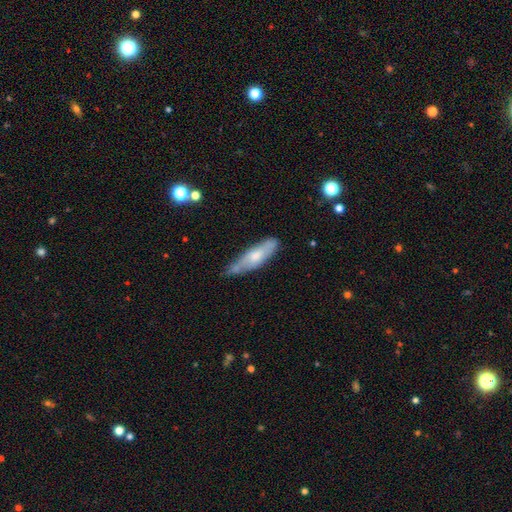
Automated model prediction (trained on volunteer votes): Smooth or featured?
  - smooth: 54% *
  - featured or disk: 40%
  - star or artifact: 6%
How rounded?
  - cigar-shaped: 61% *
  - in between: 37%
  - round: 2%
Merging?
  - none: 55% *
  - minor disturbance: 33%
  - major disturbance: 7%
  - merger: 5%